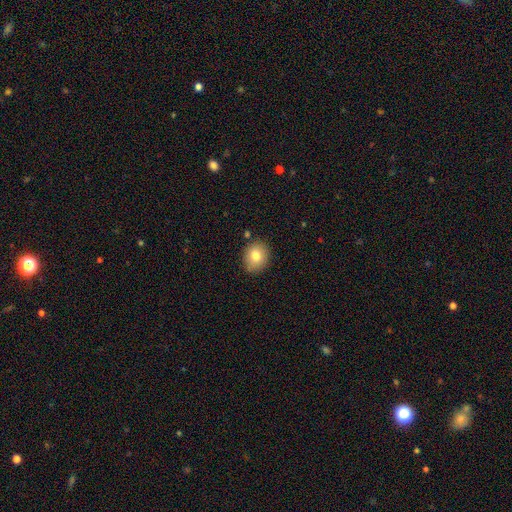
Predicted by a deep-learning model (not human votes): Morphology: type=smooth (80%); roundness=round (56%); merging=none (84%).